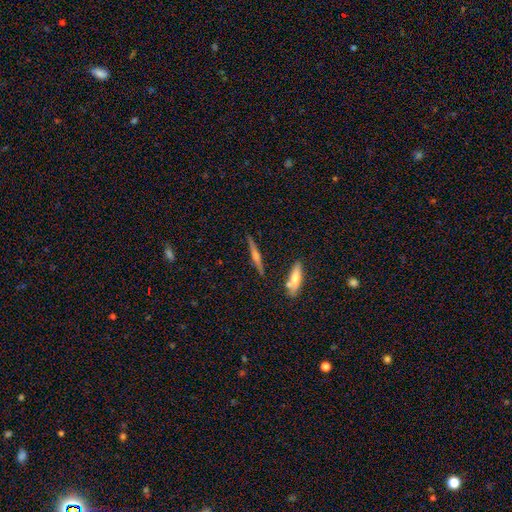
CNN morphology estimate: smooth_or_featured: featured or disk (p=0.69) [alt: smooth p=0.24]
disk_edge_on: yes (p=0.97) [alt: no p=0.03]
edge_on_bulge: rounded (p=0.84) [alt: boxy p=0.09]
merging: none (p=0.87) [alt: minor disturbance p=0.08]